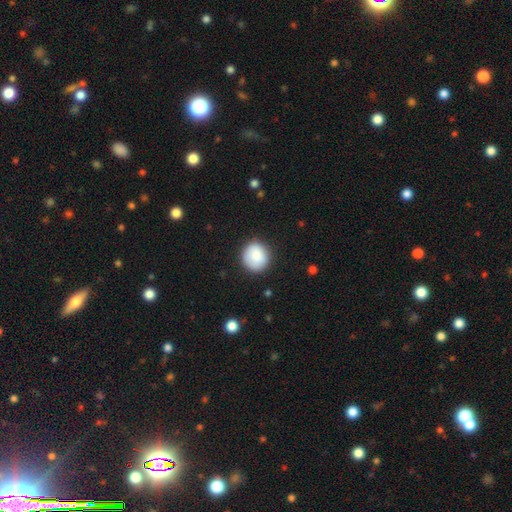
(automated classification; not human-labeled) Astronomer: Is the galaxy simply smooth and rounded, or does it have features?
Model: smooth — 87%.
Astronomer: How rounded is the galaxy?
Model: round — 84%.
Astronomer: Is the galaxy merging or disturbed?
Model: none — 85%.